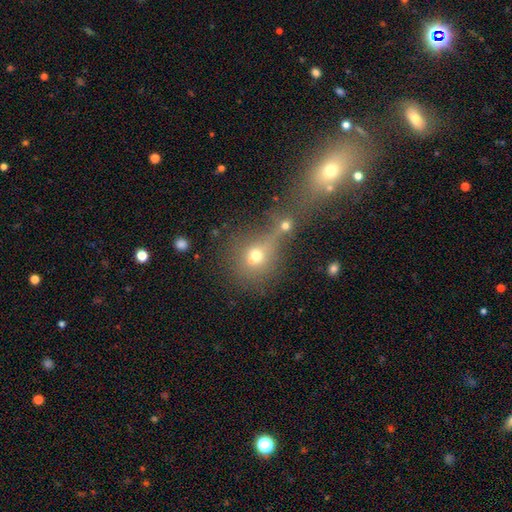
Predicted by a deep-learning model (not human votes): Morphology: type=smooth (60%); roundness=round (77%); merging=merger (52%).